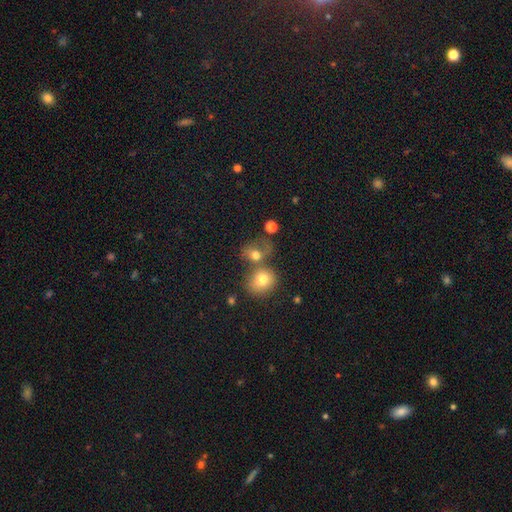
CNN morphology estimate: type=smooth (70%); roundness=round (55%); merging=merger (43%).